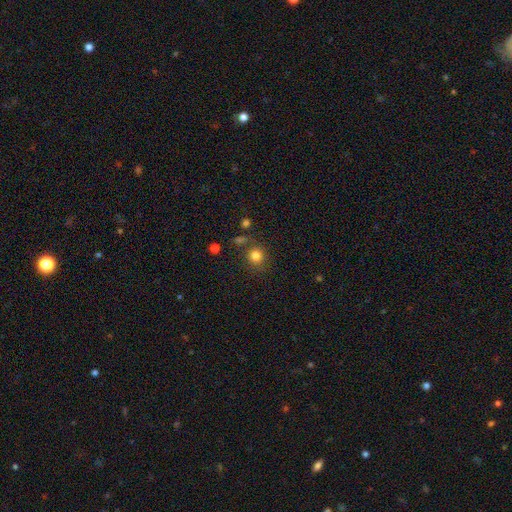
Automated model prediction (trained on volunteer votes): Smooth or featured: smooth — 82% (star or artifact — 13%)
How rounded: round — 89% (in between — 10%)
Merging: none — 80% (minor disturbance — 10%)